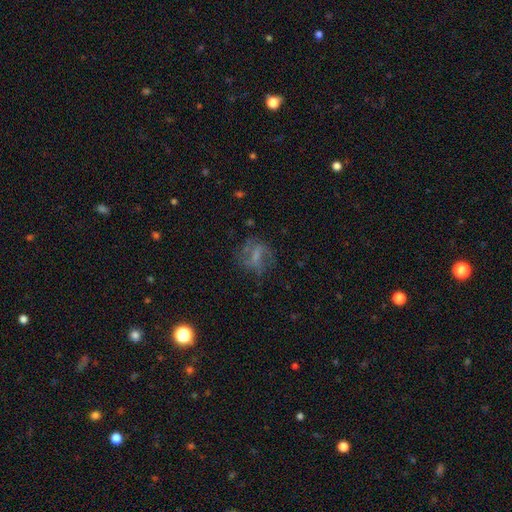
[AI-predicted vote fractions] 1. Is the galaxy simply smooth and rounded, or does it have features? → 55% featured or disk, 32% smooth, 13% star or artifact.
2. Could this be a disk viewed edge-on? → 96% no, 4% yes.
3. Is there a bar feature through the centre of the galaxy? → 46% weak, 35% no, 19% strong.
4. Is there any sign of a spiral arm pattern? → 66% yes, 34% no.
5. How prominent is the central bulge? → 36% none, 35% small, 24% moderate, 4% large, 1% dominant.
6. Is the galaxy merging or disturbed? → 58% none, 20% major disturbance, 19% minor disturbance, 2% merger.